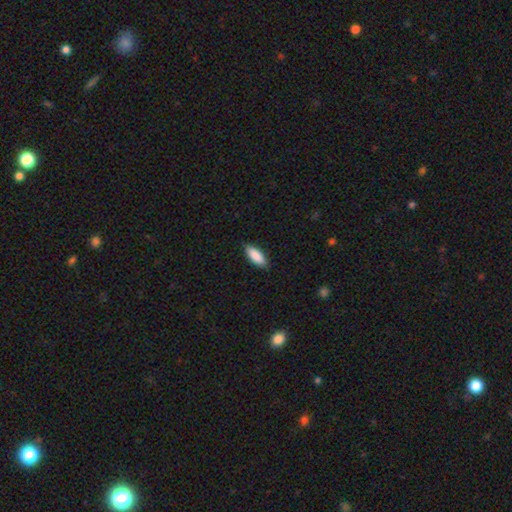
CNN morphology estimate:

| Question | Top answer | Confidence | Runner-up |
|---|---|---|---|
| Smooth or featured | smooth | 88% | featured or disk (6%) |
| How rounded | in between | 76% | cigar-shaped (23%) |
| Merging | none | 86% | minor disturbance (11%) |